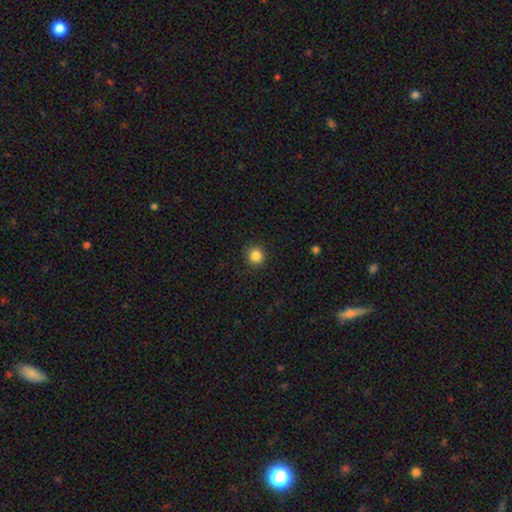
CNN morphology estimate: Overall: smooth (86%). How rounded: round (93%). Merging: none (92%).